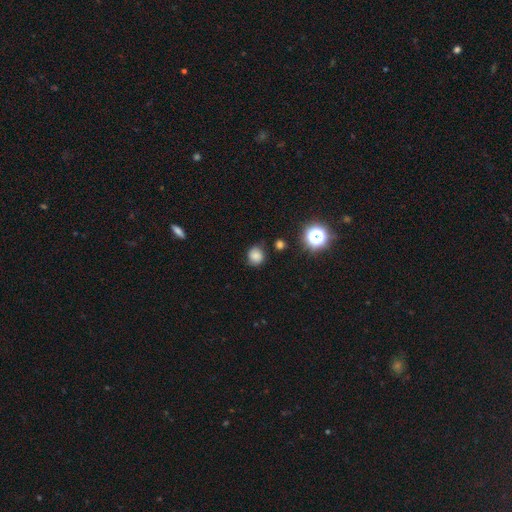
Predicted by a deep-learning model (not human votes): Overall: smooth (77%). How rounded: round (80%). Merging: none (72%).